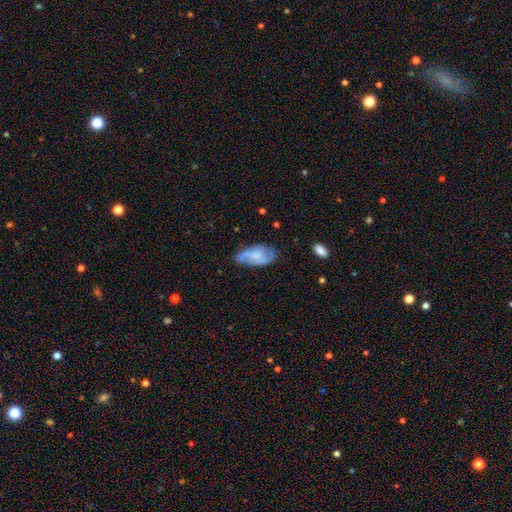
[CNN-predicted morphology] This appears to be a featured or disk galaxy (47%). Merging: none (49%).